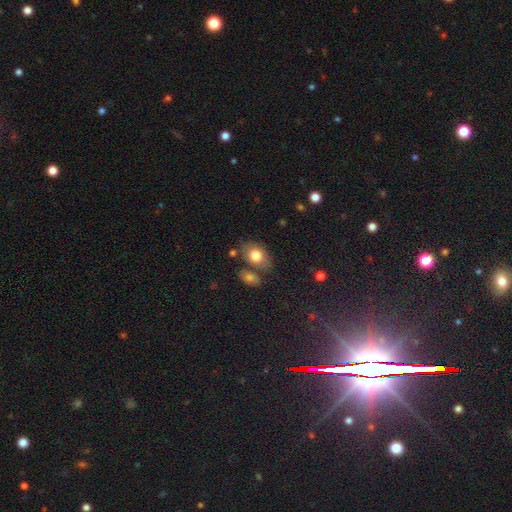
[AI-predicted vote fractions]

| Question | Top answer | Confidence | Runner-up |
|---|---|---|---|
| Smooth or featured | smooth | 78% | featured or disk (15%) |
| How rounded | in between | 78% | round (21%) |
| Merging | none | 62% | minor disturbance (17%) |